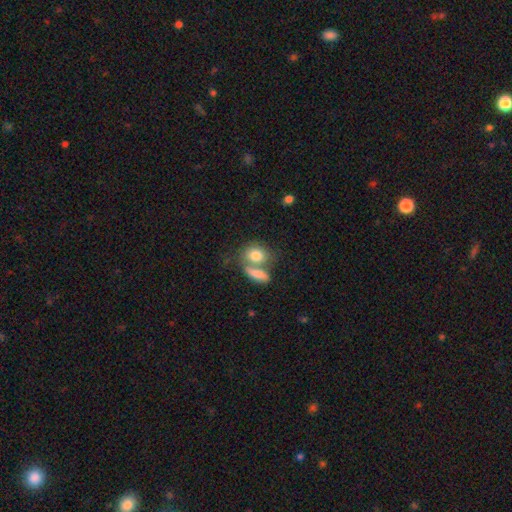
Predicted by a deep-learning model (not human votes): Morphology: type=smooth (79%); roundness=in between (57%); merging=merger (52%).